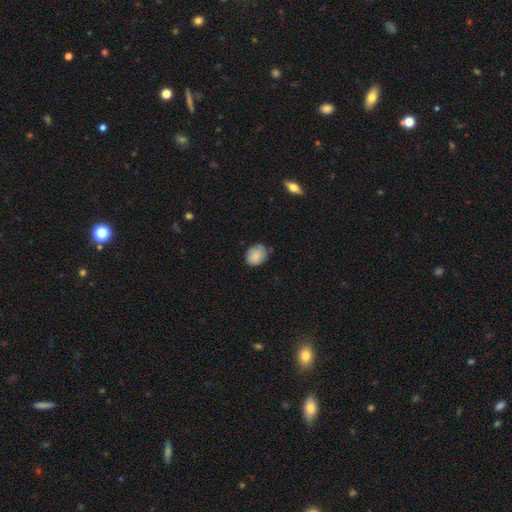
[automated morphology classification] The model was most divided on "how rounded": in between: 55%, round: 44%, cigar-shaped: 1%. More confident: smooth or featured — smooth (82%); merging — none (66%).